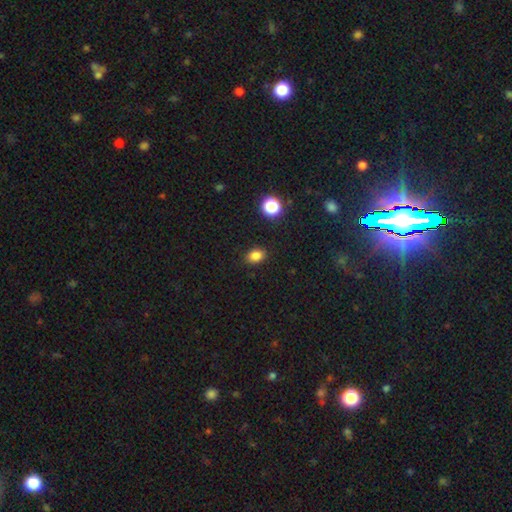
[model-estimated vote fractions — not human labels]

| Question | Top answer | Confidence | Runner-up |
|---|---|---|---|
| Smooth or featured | smooth | 83% | star or artifact (12%) |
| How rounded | in between | 69% | round (30%) |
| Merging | none | 88% | minor disturbance (8%) |